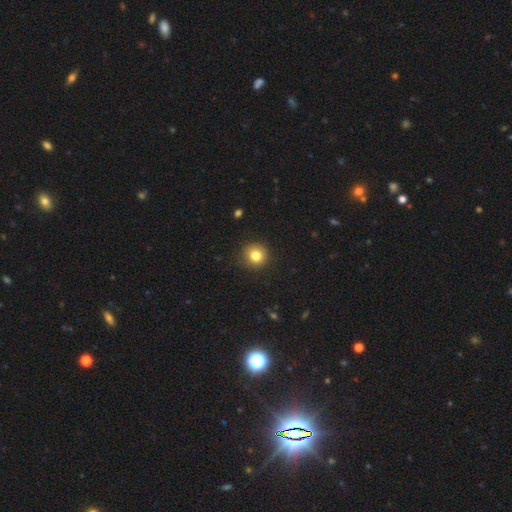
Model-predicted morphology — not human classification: This is clearly a smooth galaxy (82%). How rounded: clearly round (92%). Merging: clearly none (89%).